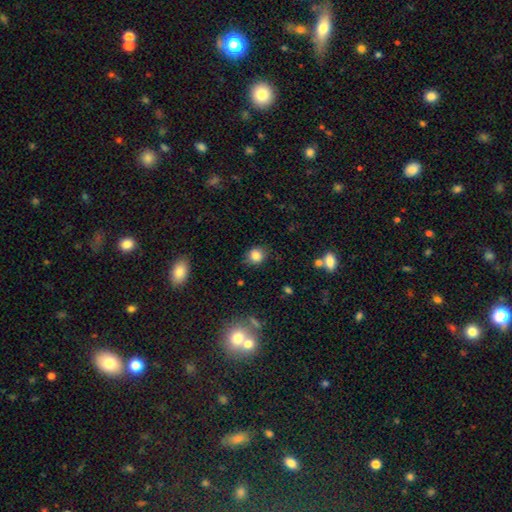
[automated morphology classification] type=smooth (83%); roundness=round (76%); merging=none (80%).